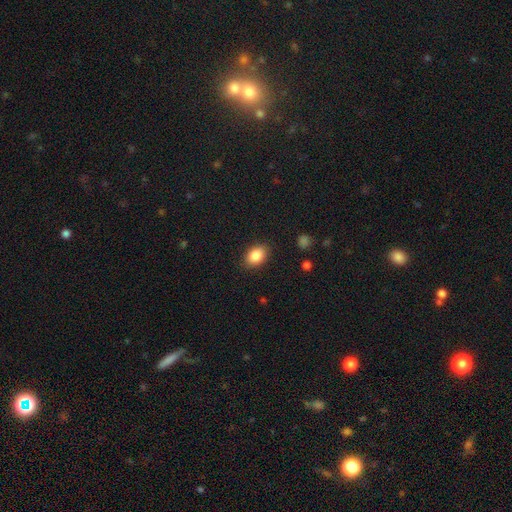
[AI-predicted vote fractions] smooth-or-featured: smooth: 87% | star or artifact: 8% | featured or disk: 5%
  how-rounded: in between: 81% | round: 18% | cigar-shaped: 1%
  merging: none: 87% | minor disturbance: 10% | major disturbance: 3% | merger: 1%